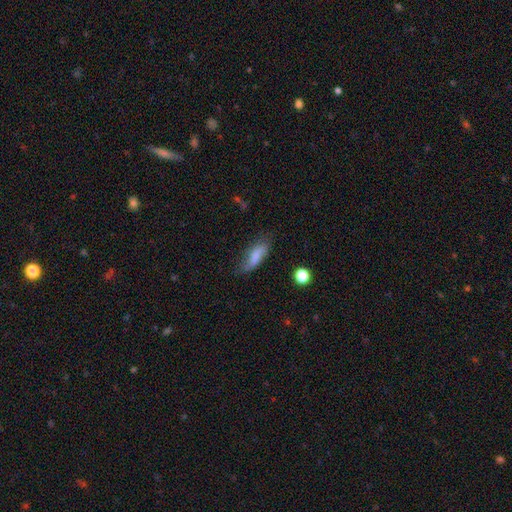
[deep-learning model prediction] A smooth galaxy with no disk features (76%) that is in between round and cigar-shaped (61%). Merging: none (58%).